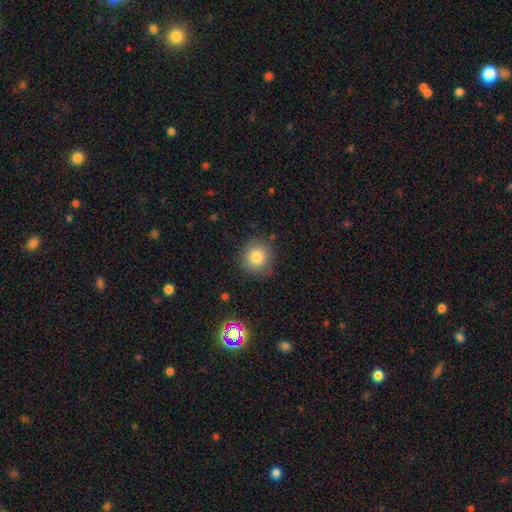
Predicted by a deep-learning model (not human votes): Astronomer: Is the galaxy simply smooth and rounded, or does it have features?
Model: smooth — 82%.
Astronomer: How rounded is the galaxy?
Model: round — 88%.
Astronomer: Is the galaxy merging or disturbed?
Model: none — 85%.